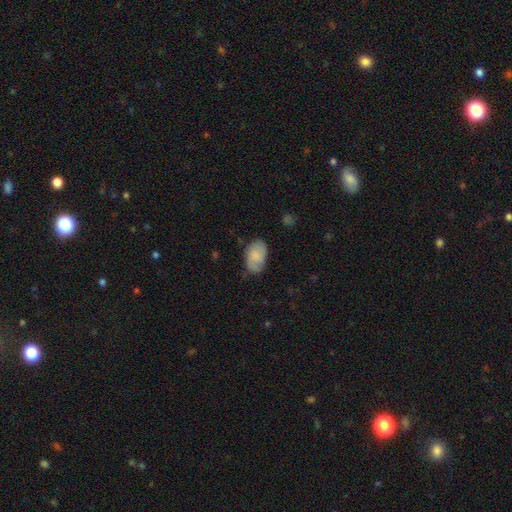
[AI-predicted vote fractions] Smooth or featured? smooth (72%)
How rounded? in between (92%)
Merging? none (68%)